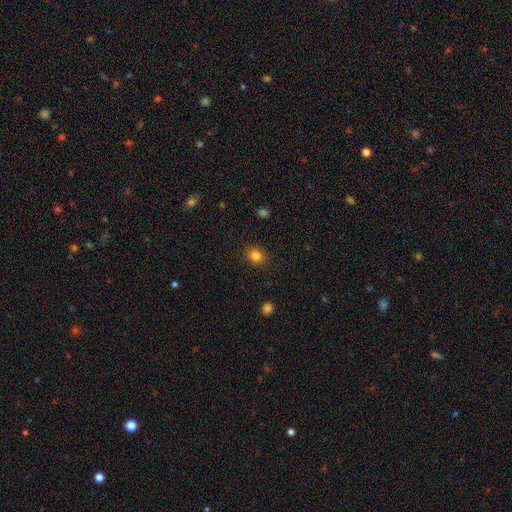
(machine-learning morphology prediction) Q: Smooth or featured?
A: smooth (82%); runner-up: star or artifact (12%)
Q: How rounded?
A: round (73%); runner-up: in between (26%)
Q: Merging?
A: none (89%); runner-up: minor disturbance (7%)